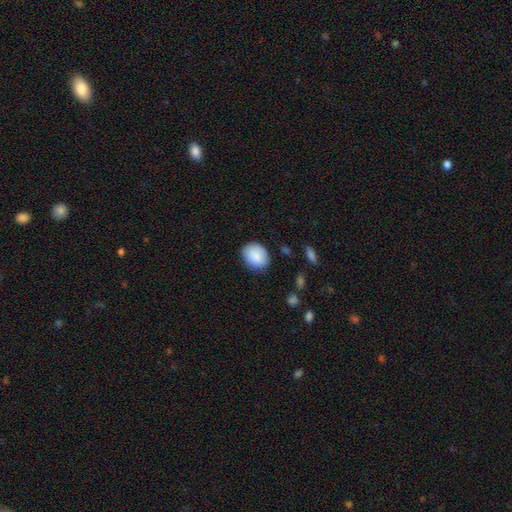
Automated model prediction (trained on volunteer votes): This is clearly a smooth galaxy (87%). How rounded: possibly round (53%). Merging: clearly none (80%).